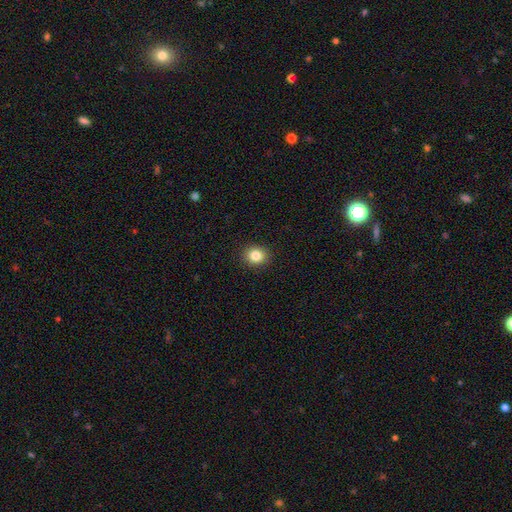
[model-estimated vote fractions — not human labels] The model was most divided on "how rounded": round: 76%, in between: 23%, cigar-shaped: 1%. More confident: merging — none (92%); smooth or featured — smooth (84%).